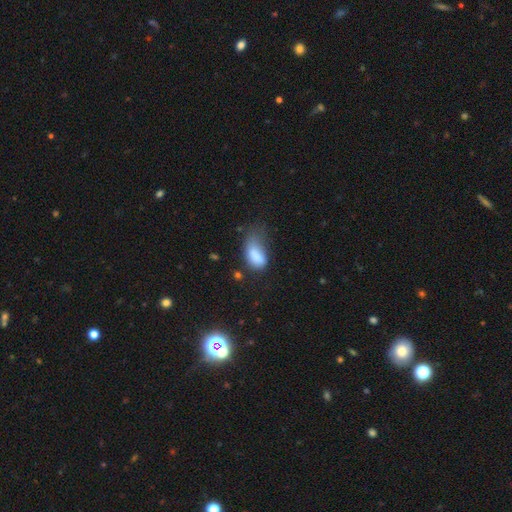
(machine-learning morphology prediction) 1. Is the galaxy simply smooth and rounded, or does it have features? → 80% smooth, 11% featured or disk, 9% star or artifact.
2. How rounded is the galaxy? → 90% in between, 6% round, 5% cigar-shaped.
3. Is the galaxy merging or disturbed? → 43% major disturbance, 33% minor disturbance, 19% none, 5% merger.